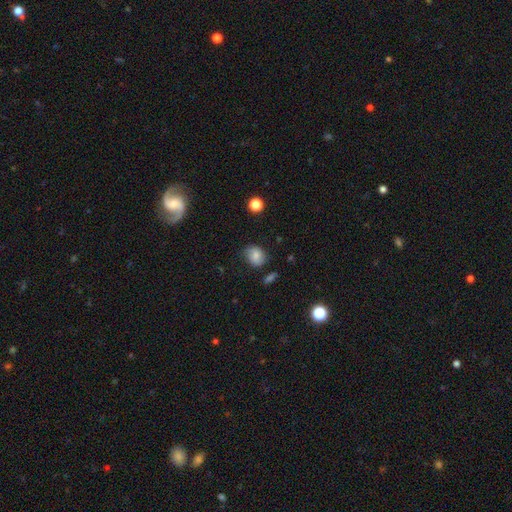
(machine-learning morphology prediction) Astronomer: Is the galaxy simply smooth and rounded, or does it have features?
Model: smooth — 77%.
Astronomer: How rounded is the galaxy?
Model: round — 59% (runner-up: in between, 40%).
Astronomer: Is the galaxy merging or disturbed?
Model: none — 72%.